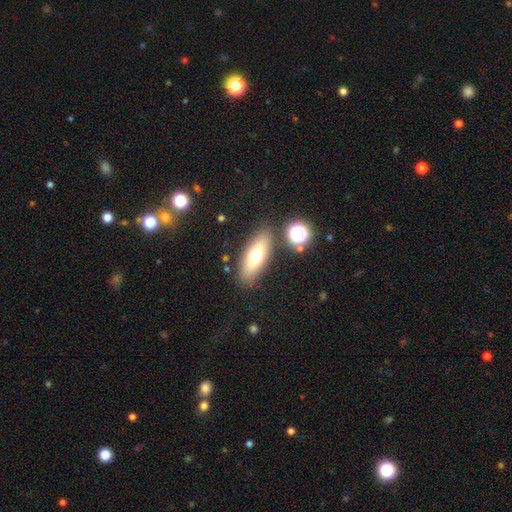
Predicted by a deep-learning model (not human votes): This is likely a smooth galaxy (63%). How rounded: likely in between (64%). Merging: clearly none (83%).